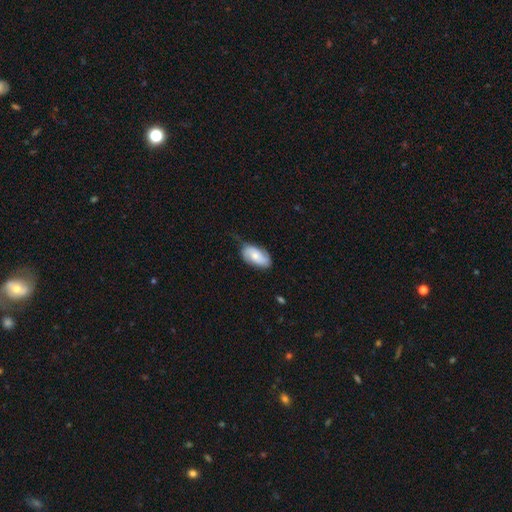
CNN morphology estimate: A smooth galaxy with no disk features (54%) that is in between round and cigar-shaped (92%).

Vote fractions:
- Smooth or featured? smooth: 54% / featured or disk: 40% / star or artifact: 6%
- How rounded? in between: 92% / round: 4% / cigar-shaped: 3%
- Merging? none: 59% / minor disturbance: 32% / major disturbance: 8% / merger: 2%